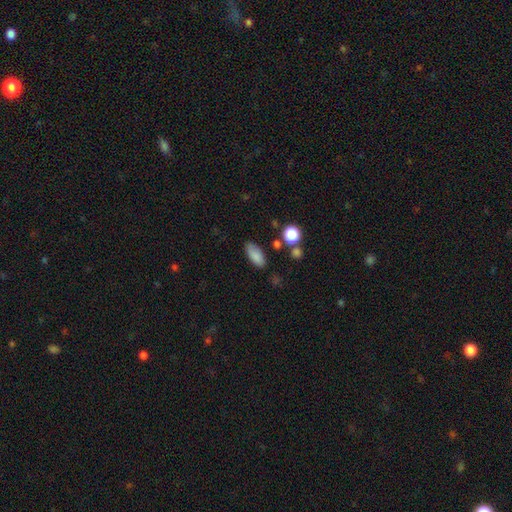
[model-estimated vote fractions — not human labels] Smooth or featured: smooth — 85% (star or artifact — 9%)
How rounded: in between — 84% (cigar-shaped — 12%)
Merging: none — 76% (minor disturbance — 16%)